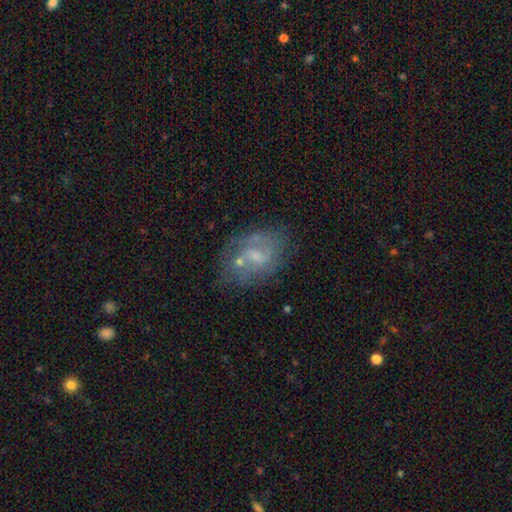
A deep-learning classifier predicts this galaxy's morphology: smooth_or_featured: featured or disk (p=0.63) [alt: smooth p=0.26]
disk_edge_on: no (p=0.97) [alt: yes p=0.03]
bar: weak (p=0.46) [alt: no p=0.45]
has_spiral_arms: yes (p=0.68) [alt: no p=0.32]
bulge_size: small (p=0.54) [alt: moderate p=0.28]
merging: none (p=0.53) [alt: minor disturbance p=0.21]